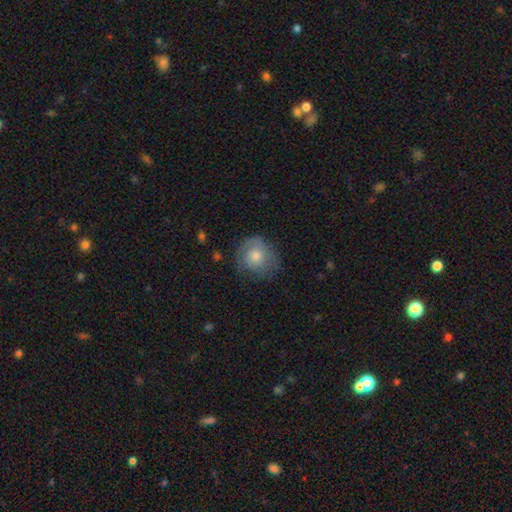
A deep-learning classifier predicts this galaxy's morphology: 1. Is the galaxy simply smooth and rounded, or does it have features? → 58% smooth, 33% featured or disk, 9% star or artifact.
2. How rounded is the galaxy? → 83% round, 16% in between, 1% cigar-shaped.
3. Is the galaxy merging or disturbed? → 67% none, 23% minor disturbance, 9% major disturbance, 1% merger.